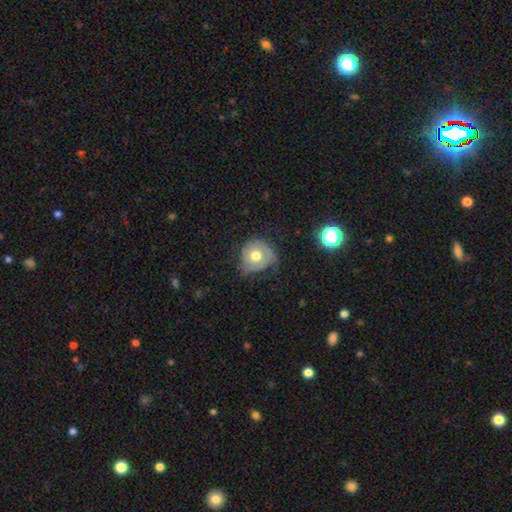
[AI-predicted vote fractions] The model was most divided on "smooth or featured": featured or disk: 47%, smooth: 45%, star or artifact: 8%. Remaining: merging — none (47%).